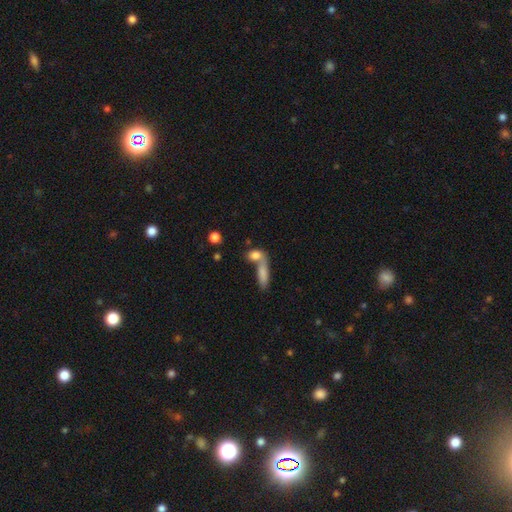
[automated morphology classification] A smooth galaxy with no disk features (79%) that is in between round and cigar-shaped (60%).

Vote fractions:
- Smooth or featured? smooth: 79% / featured or disk: 12% / star or artifact: 9%
- How rounded? in between: 60% / round: 23% / cigar-shaped: 17%
- Merging? merger: 51% / none: 35% / minor disturbance: 8% / major disturbance: 6%